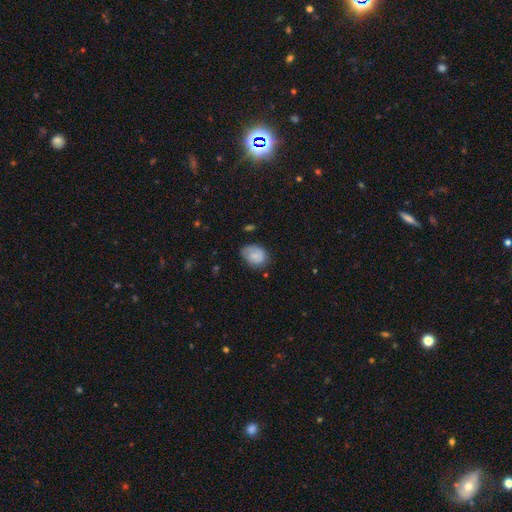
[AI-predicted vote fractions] A smooth galaxy with no disk features (75%) that is in between round and cigar-shaped (59%). Merging: none (62%).